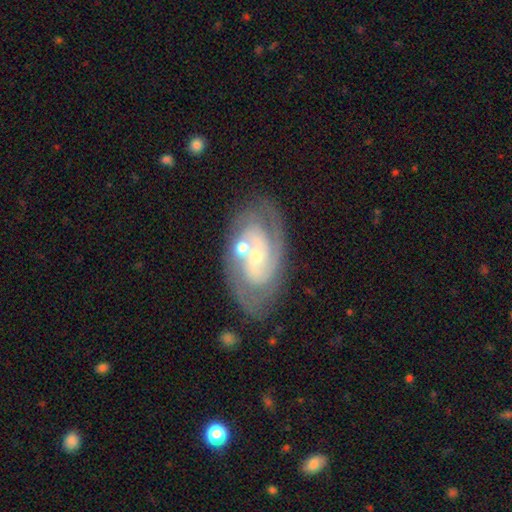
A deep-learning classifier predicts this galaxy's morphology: A featured or disk galaxy (85%) with no bar (55%), 2 (67%) tight (56%) spiral arms (95%) and a small central bulge (60%).

Vote fractions:
- Smooth or featured? featured or disk: 85% / smooth: 9% / star or artifact: 6%
- Edge-on disk? no: 96% / yes: 4%
- Bar? no: 55% / weak: 34% / strong: 10%
- Spiral arms? yes: 95% / no: 5%
- Spiral winding? tight: 56% / medium: 37% / loose: 8%
- Spiral arm count? 2: 67% / can't tell: 13% / 3: 13% / 1: 3% / 4: 3% / more than 4: 2%
- Bulge size? small: 60% / moderate: 34% / none: 2% / large: 2% / dominant: 1%
- Merging? none: 69% / minor disturbance: 16% / merger: 10% / major disturbance: 6%